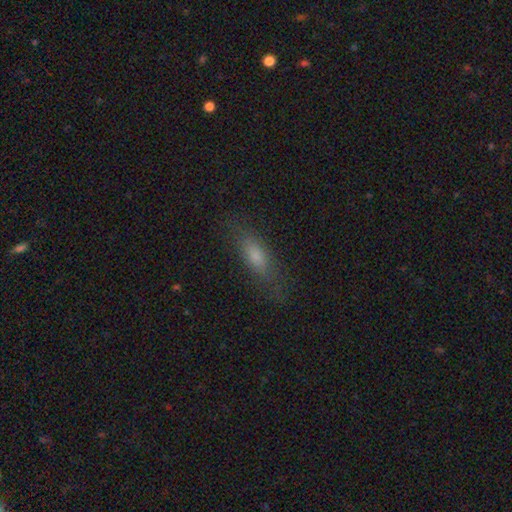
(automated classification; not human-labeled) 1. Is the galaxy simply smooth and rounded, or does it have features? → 71% smooth, 19% featured or disk, 10% star or artifact.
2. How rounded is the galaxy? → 55% in between, 42% cigar-shaped, 3% round.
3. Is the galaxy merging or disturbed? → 77% none, 16% minor disturbance, 6% major disturbance, 1% merger.